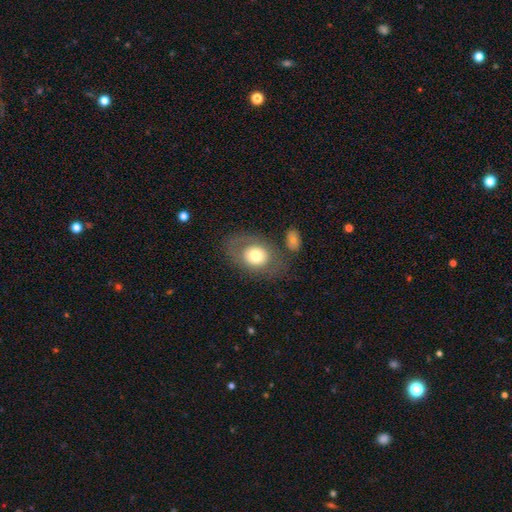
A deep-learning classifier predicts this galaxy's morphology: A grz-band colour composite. It shows a smooth galaxy with no disk features (64%) that is in between round and cigar-shaped (53%). Merging: none (66%).